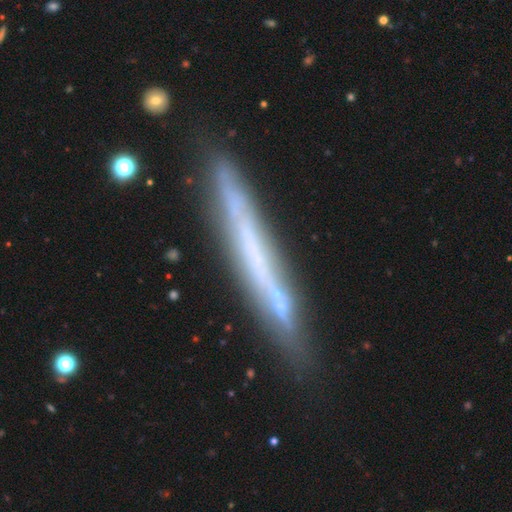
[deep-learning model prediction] Overall: featured or disk (60%; smooth 32%). Edge-on disk: yes (93%). Edge-on bulge: none (91%). Merging: none (82%).